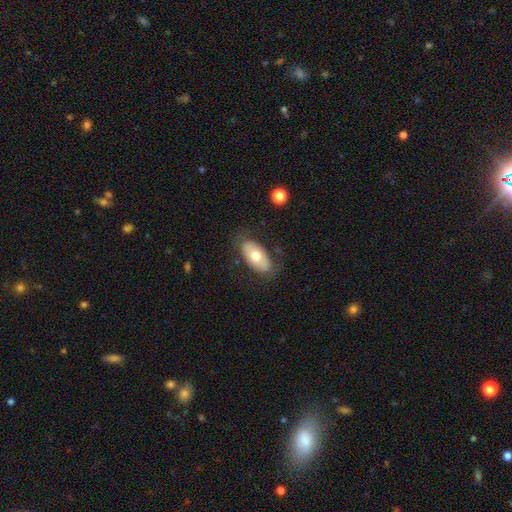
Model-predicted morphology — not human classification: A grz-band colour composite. It shows a smooth galaxy with no disk features (63%) that is in between round and cigar-shaped (94%). Merging: none (77%).